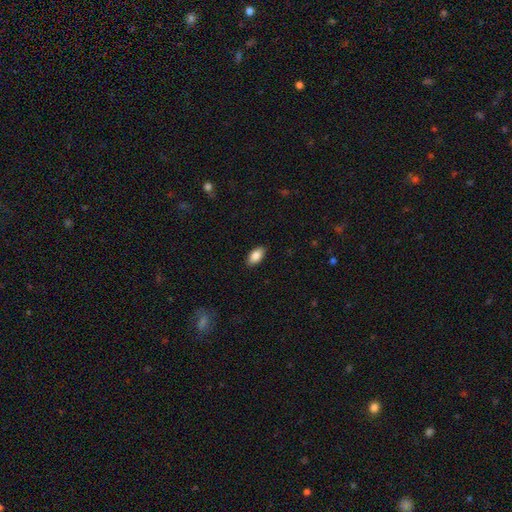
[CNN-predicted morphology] type=smooth (86%); roundness=in between (92%); merging=none (88%).